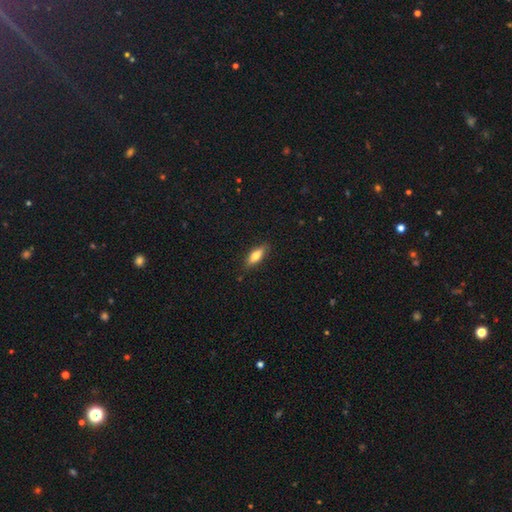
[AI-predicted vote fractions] This is likely a smooth galaxy (71%). How rounded: possibly in between (59%). Merging: clearly none (85%).